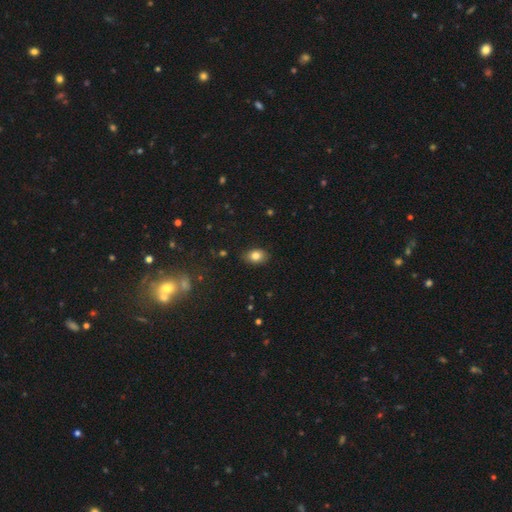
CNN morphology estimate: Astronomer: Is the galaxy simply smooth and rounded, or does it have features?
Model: smooth — 82%.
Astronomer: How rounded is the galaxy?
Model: in between — 76%.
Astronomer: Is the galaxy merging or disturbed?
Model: none — 85%.